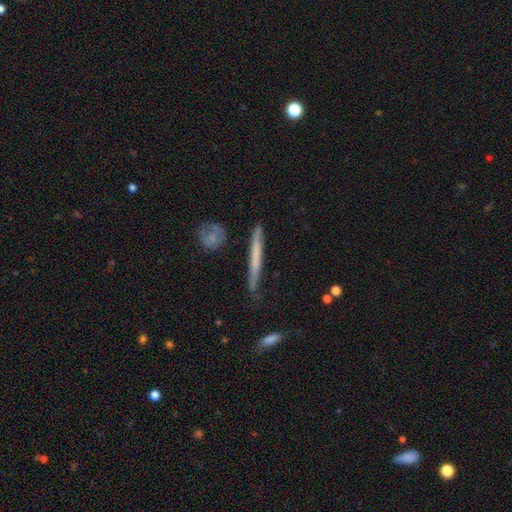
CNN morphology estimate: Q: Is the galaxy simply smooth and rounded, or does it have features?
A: smooth — 49%.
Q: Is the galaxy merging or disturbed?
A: none — 79%.